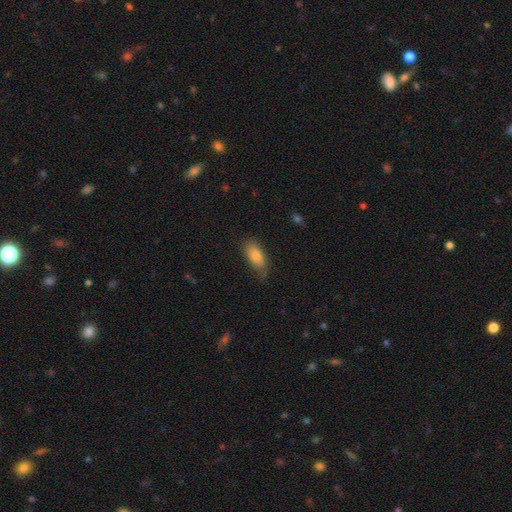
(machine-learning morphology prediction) Overall: smooth (86%). How rounded: in between (87%). Merging: none (67%).